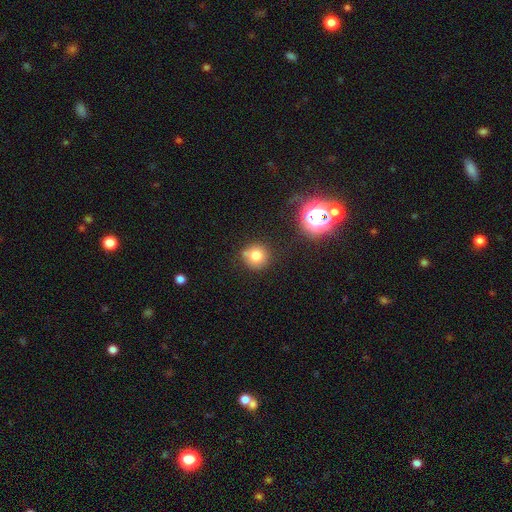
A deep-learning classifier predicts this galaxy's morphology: Smooth or featured? smooth (76%)
How rounded? round (92%)
Merging? none (73%)